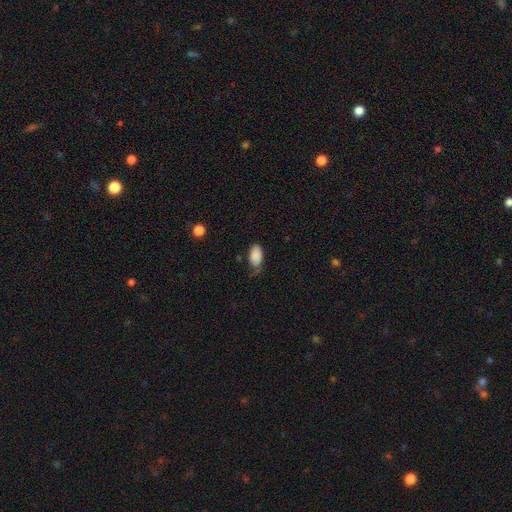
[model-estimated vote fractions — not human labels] The model was most divided on "merging": none: 48%, minor disturbance: 35%, major disturbance: 15%, merger: 2%. More confident: how rounded — in between (95%); smooth or featured — smooth (86%).